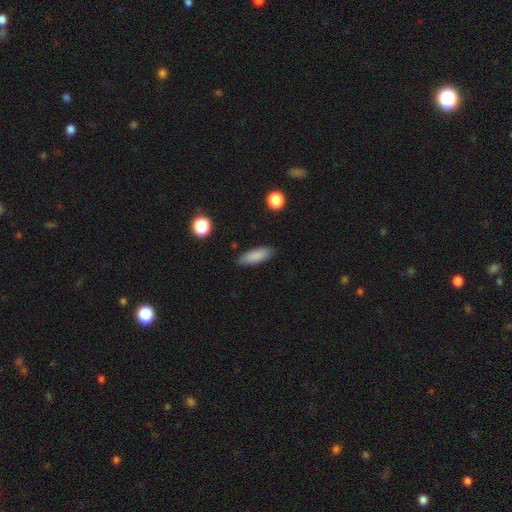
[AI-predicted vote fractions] smooth_or_featured: smooth (p=0.86) [alt: star or artifact p=0.07]
how_rounded: in between (p=0.61) [alt: cigar-shaped p=0.37]
merging: none (p=0.86) [alt: minor disturbance p=0.10]